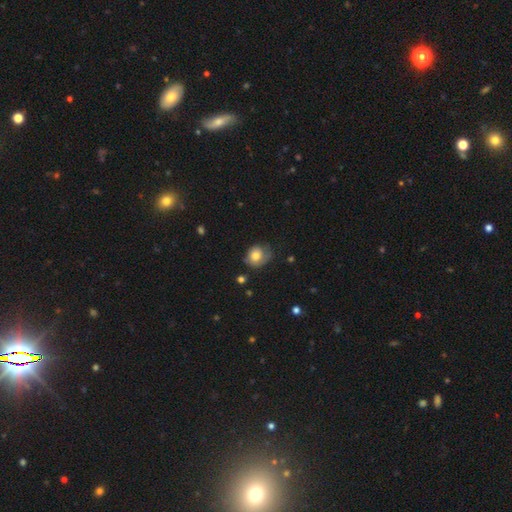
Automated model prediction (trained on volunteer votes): smooth 72%, featured or disk 20%, star or artifact 9%. Down the decision tree: how rounded — round (67%); merging — none (53%).